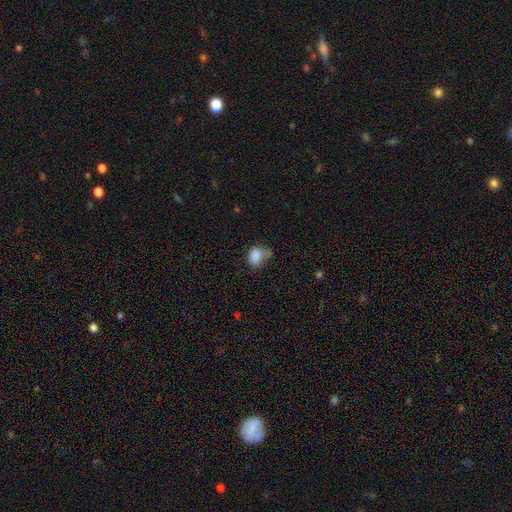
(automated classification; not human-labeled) smooth-or-featured: smooth: 83% | star or artifact: 10% | featured or disk: 7%
  how-rounded: in between: 66% | round: 33% | cigar-shaped: 1%
  merging: none: 39% | minor disturbance: 34% | major disturbance: 18% | merger: 10%